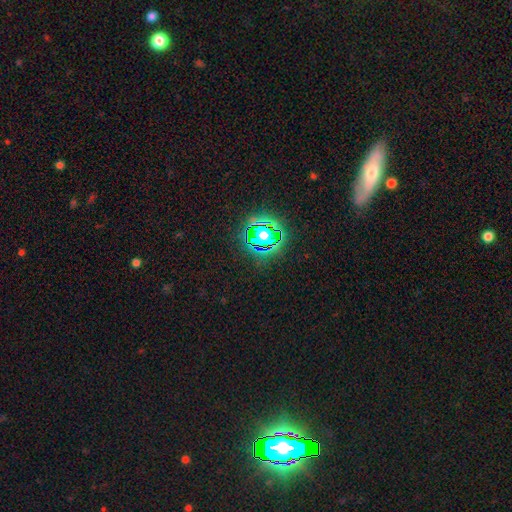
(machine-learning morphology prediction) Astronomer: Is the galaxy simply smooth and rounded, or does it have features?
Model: star or artifact — 72%.